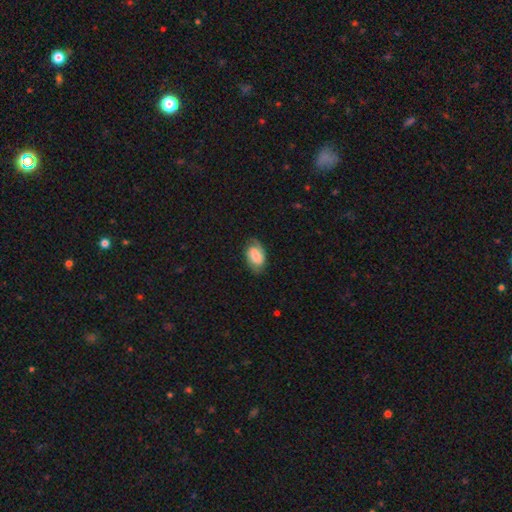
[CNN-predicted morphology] smooth 51%, featured or disk 42%, star or artifact 7%. Down the decision tree: how rounded — in between (90%); merging — none (75%).